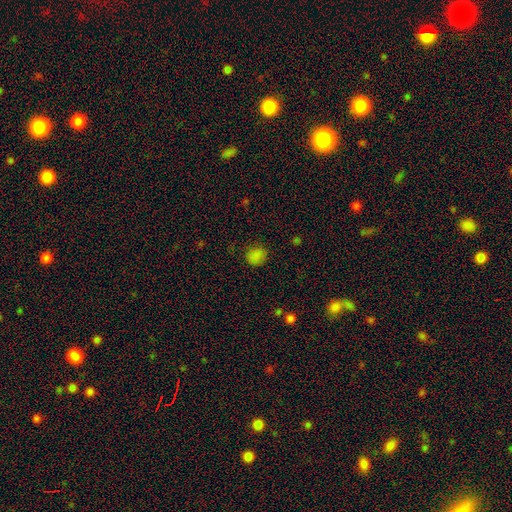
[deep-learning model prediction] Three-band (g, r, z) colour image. It shows a smooth galaxy with no disk features (80%) that is round (79%). Merging: none (83%).